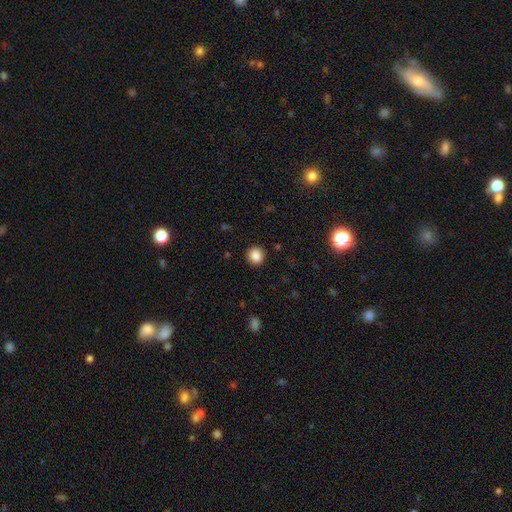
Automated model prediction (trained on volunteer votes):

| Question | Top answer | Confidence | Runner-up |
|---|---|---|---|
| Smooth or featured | smooth | 86% | star or artifact (10%) |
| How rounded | round | 91% | in between (8%) |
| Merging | none | 91% | minor disturbance (6%) |